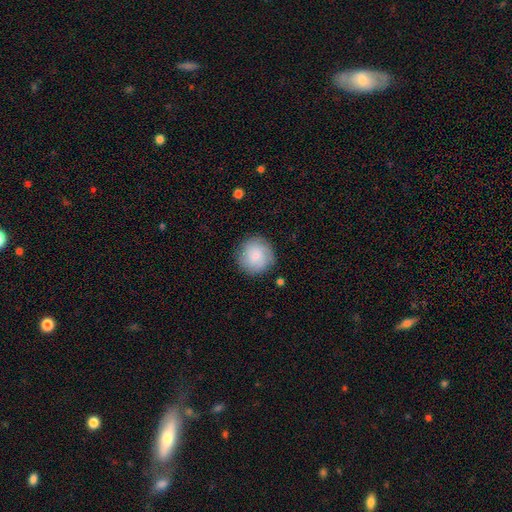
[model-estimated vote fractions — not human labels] Q: Smooth or featured?
A: smooth (74%); runner-up: featured or disk (19%)
Q: How rounded?
A: round (94%); runner-up: in between (5%)
Q: Merging?
A: none (85%); runner-up: minor disturbance (11%)